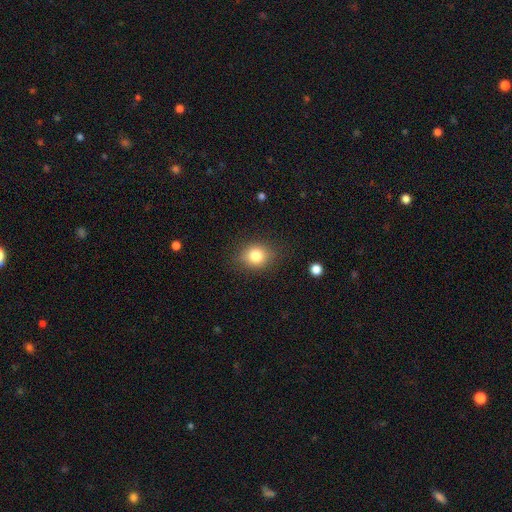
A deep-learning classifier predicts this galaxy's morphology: A smooth galaxy with no disk features (80%) that is round (59%).

Vote fractions:
- Smooth or featured? smooth: 80% / star or artifact: 11% / featured or disk: 9%
- How rounded? round: 59% / in between: 40% / cigar-shaped: 1%
- Merging? none: 83% / minor disturbance: 12% / major disturbance: 3% / merger: 1%